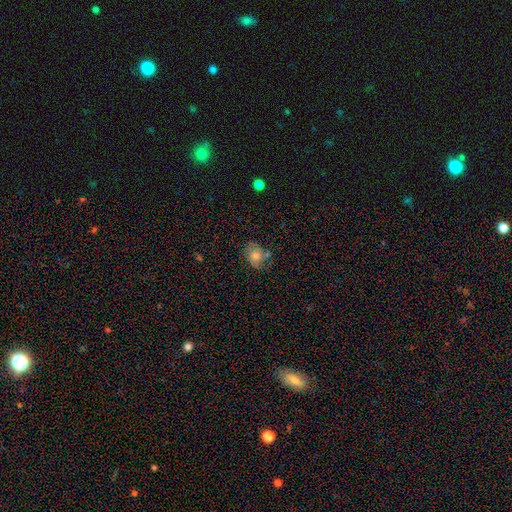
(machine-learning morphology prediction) Smooth or featured? Predicted: smooth (p=0.54). How rounded? Predicted: in between (p=0.54). Merging? Predicted: none (p=0.64).